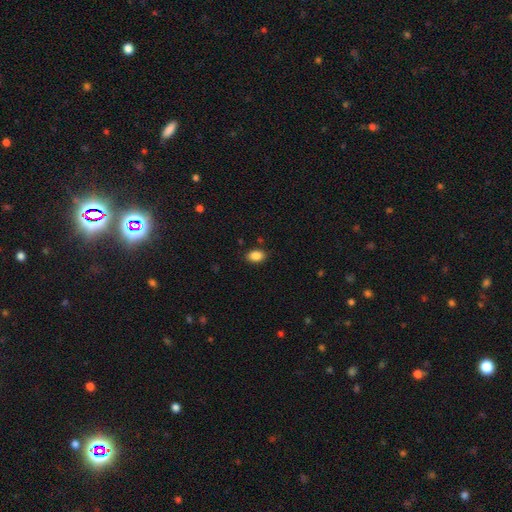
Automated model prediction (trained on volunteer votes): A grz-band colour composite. It shows a smooth galaxy with no disk features (88%) that is in between round and cigar-shaped (86%). Merging: none (87%).